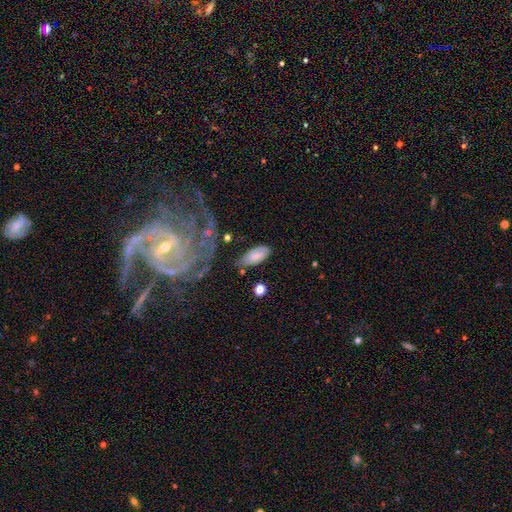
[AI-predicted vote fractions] The model was most divided on "merging": none: 62%, minor disturbance: 25%, major disturbance: 8%, merger: 5%. More confident: how rounded — in between (88%); smooth or featured — smooth (75%).